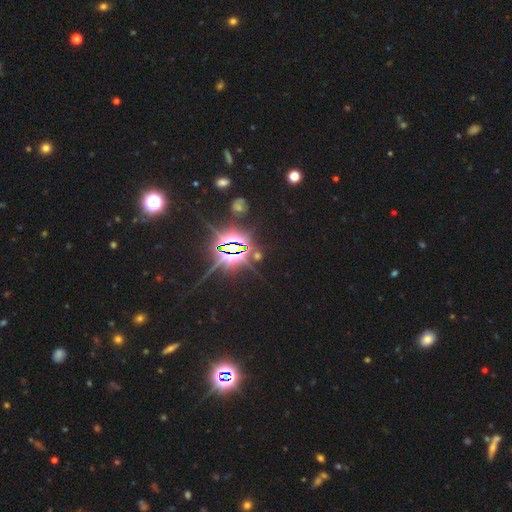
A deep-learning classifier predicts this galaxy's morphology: smooth_or_featured: star or artifact (p=0.84) [alt: featured or disk p=0.08]